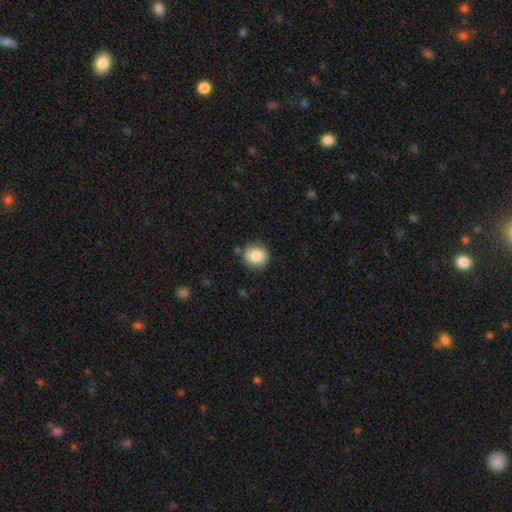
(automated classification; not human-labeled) Smooth or featured? smooth (81%)
How rounded? round (89%)
Merging? none (82%)